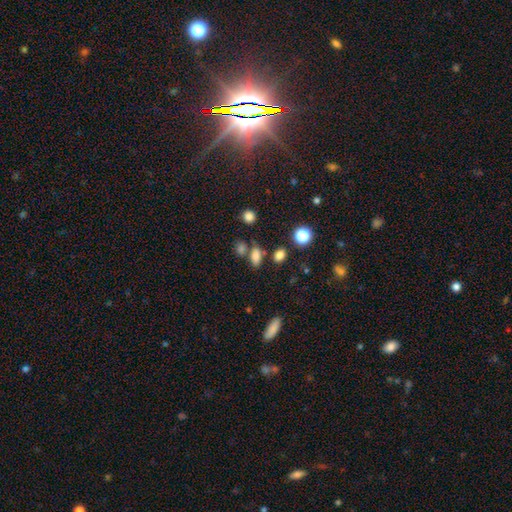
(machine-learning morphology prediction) Smooth or featured?
  - smooth: 78% *
  - star or artifact: 14%
  - featured or disk: 7%
How rounded?
  - in between: 84% *
  - round: 12%
  - cigar-shaped: 4%
Merging?
  - none: 64% *
  - merger: 18%
  - minor disturbance: 13%
  - major disturbance: 5%